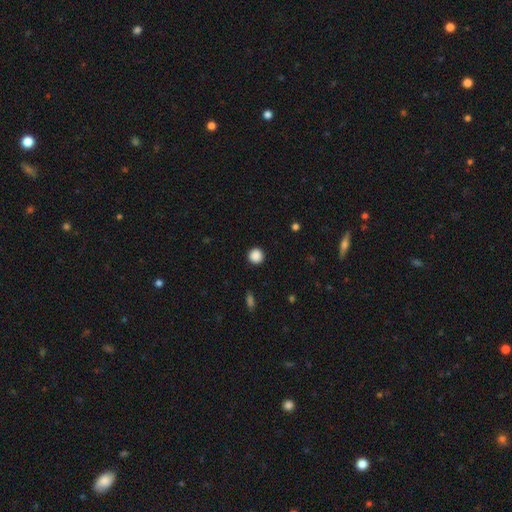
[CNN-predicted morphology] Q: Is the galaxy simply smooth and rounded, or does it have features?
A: smooth — 88%.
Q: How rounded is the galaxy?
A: round — 94%.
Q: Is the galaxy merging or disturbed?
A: none — 92%.